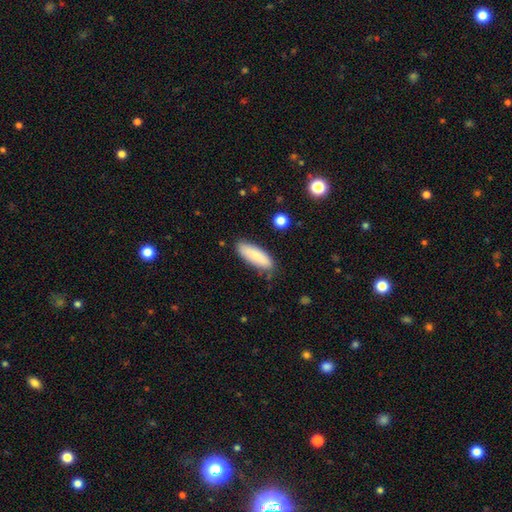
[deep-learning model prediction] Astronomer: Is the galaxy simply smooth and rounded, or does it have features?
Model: smooth — 78%.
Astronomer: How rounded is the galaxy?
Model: in between — 61% (runner-up: cigar-shaped, 38%).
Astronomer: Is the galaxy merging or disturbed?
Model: none — 80%.